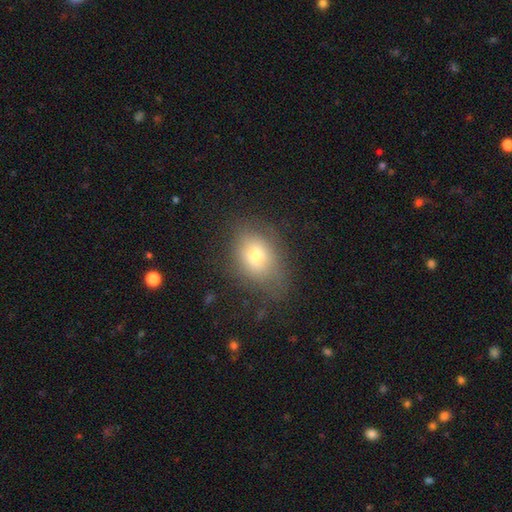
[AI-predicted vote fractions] smooth_or_featured: smooth (p=0.71) [alt: featured or disk p=0.18]
how_rounded: in between (p=0.64) [alt: round p=0.34]
merging: none (p=0.61) [alt: minor disturbance p=0.26]